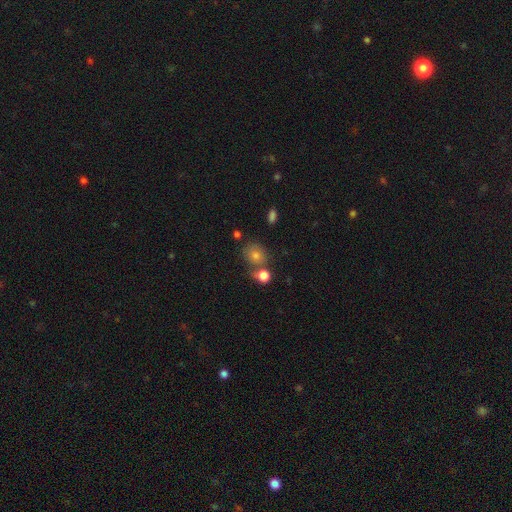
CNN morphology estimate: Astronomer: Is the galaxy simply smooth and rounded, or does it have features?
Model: smooth — 68%.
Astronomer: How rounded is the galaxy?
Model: round — 75%.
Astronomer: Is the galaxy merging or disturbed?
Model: none — 65%.